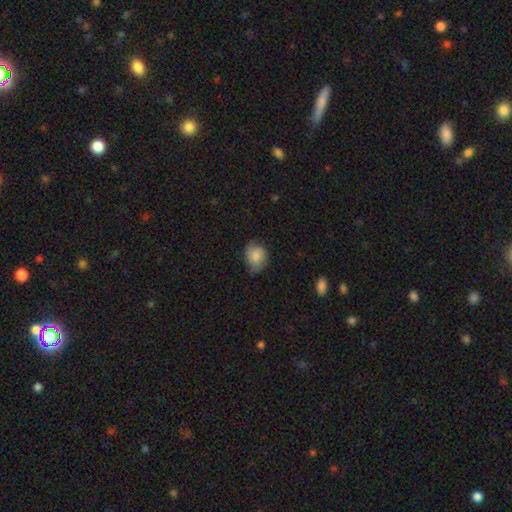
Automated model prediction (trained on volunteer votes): Smooth or featured?
  - smooth: 80% *
  - featured or disk: 13%
  - star or artifact: 7%
How rounded?
  - in between: 61% *
  - round: 38%
  - cigar-shaped: 1%
Merging?
  - none: 60% *
  - minor disturbance: 32%
  - major disturbance: 7%
  - merger: 1%